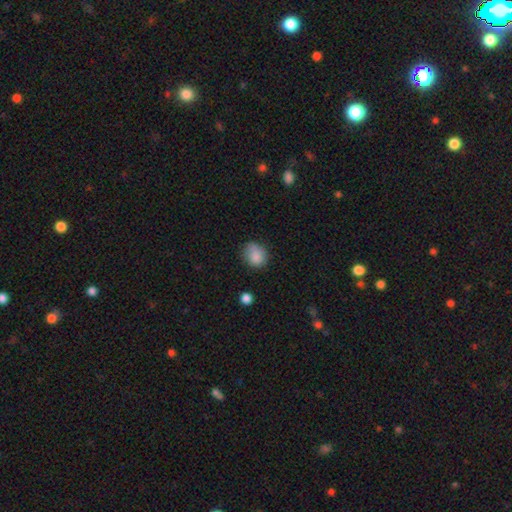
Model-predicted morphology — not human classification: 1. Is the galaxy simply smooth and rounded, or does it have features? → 84% smooth, 10% star or artifact, 6% featured or disk.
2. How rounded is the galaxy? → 65% round, 34% in between, 1% cigar-shaped.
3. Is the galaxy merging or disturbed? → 61% none, 29% minor disturbance, 8% major disturbance, 3% merger.